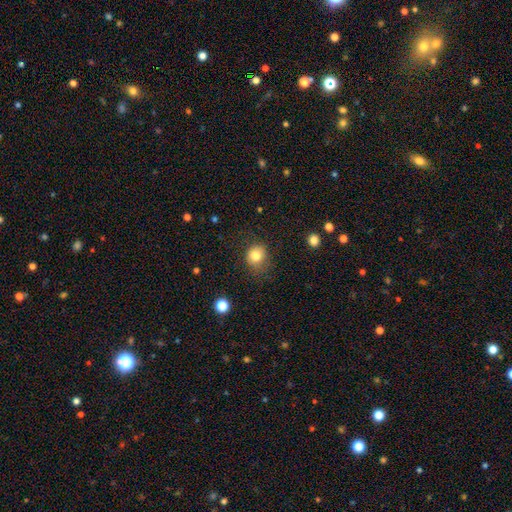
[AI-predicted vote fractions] A smooth galaxy with no disk features (80%) that is round (80%).

Vote fractions:
- Smooth or featured? smooth: 80% / star or artifact: 11% / featured or disk: 8%
- How rounded? round: 80% / in between: 19% / cigar-shaped: 1%
- Merging? none: 72% / minor disturbance: 19% / major disturbance: 7% / merger: 2%